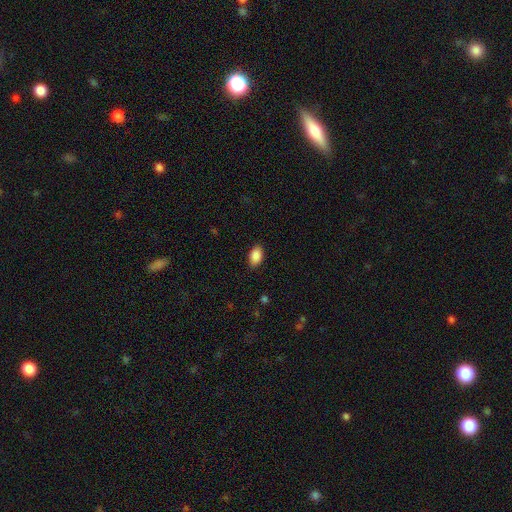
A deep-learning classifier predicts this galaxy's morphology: Overall: smooth (89%). How rounded: in between (91%). Merging: none (86%).